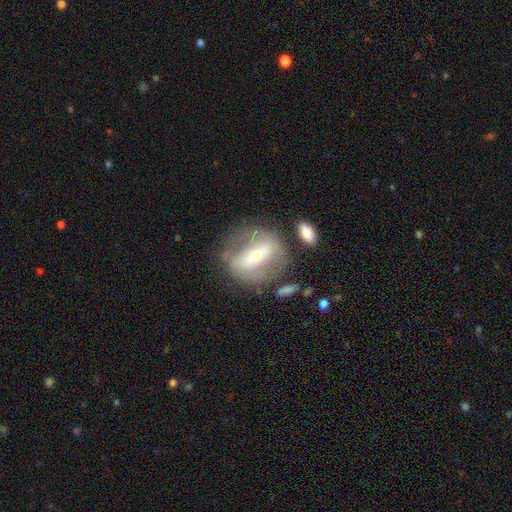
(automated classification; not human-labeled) smooth_or_featured: featured or disk (p=0.63) [alt: smooth p=0.30]
disk_edge_on: no (p=0.84) [alt: yes p=0.16]
bar: strong (p=0.58) [alt: weak p=0.26]
has_spiral_arms: no (p=0.68) [alt: yes p=0.32]
bulge_size: small (p=0.47) [alt: moderate p=0.44]
merging: none (p=0.64) [alt: minor disturbance p=0.17]